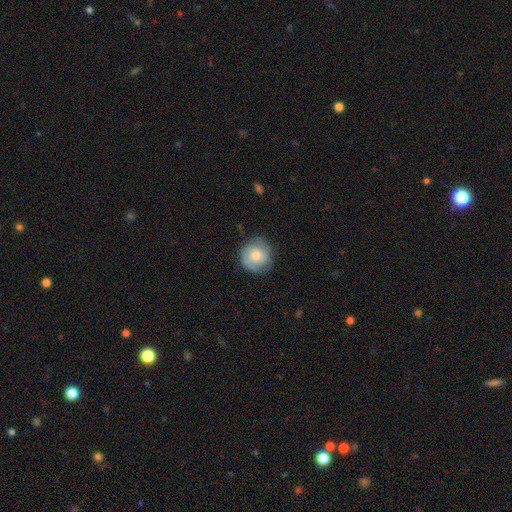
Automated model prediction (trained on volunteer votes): Q: Smooth or featured?
A: featured or disk (49%); runner-up: smooth (44%)
Q: Merging?
A: none (76%); runner-up: minor disturbance (18%)